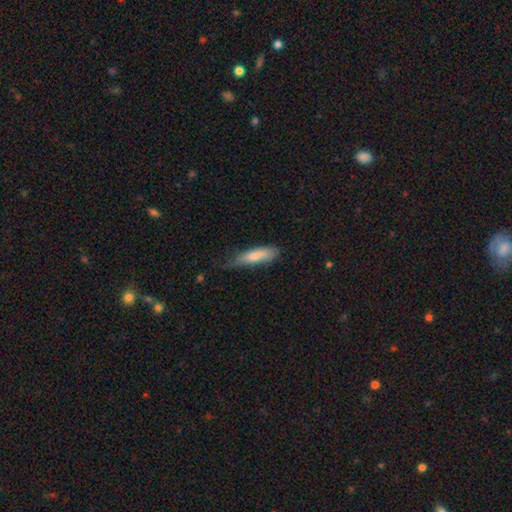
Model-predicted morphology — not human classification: Smooth or featured?
  - smooth: 78% *
  - featured or disk: 16%
  - star or artifact: 6%
How rounded?
  - cigar-shaped: 58% *
  - in between: 41%
  - round: 2%
Merging?
  - none: 45% *
  - minor disturbance: 40%
  - major disturbance: 13%
  - merger: 2%